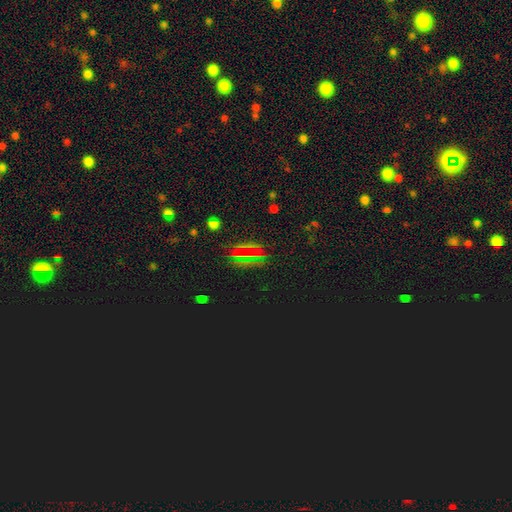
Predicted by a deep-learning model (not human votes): A star or artifact, not a galaxy (53%).